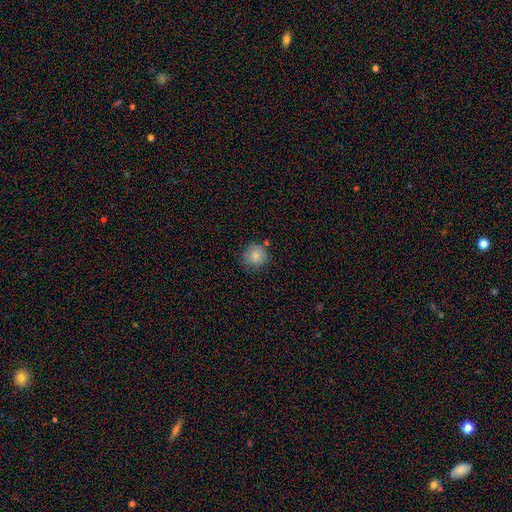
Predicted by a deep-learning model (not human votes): A smooth galaxy with no disk features (84%) that is round (91%). Merging: none (77%).